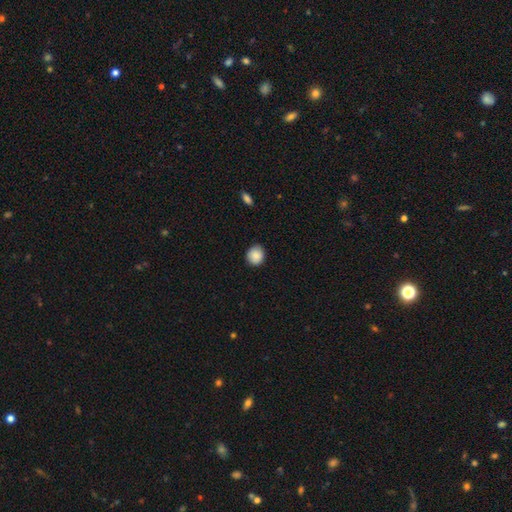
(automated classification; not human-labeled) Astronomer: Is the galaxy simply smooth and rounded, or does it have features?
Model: smooth — 88%.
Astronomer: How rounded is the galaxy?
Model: round — 85%.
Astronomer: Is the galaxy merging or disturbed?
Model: none — 88%.